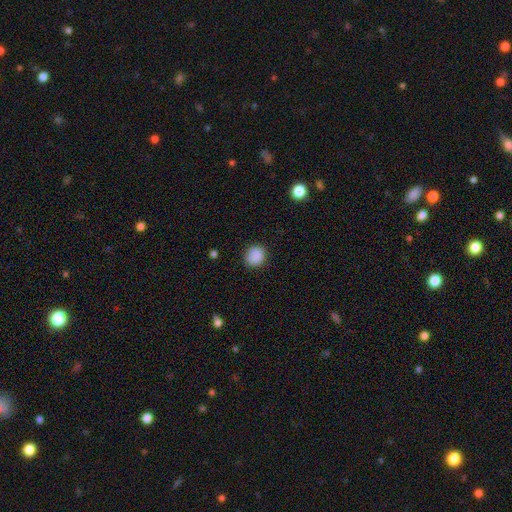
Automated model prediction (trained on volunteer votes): Morphology: type=smooth (88%); roundness=round (79%); merging=none (85%).